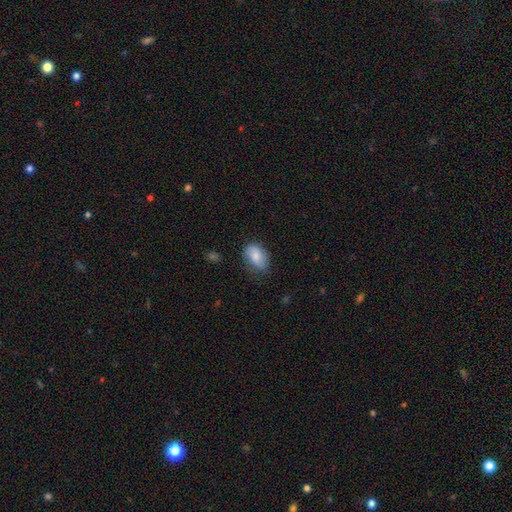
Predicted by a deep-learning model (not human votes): Smooth or featured: smooth — 81% (featured or disk — 12%)
How rounded: in between — 87% (round — 12%)
Merging: none — 69% (minor disturbance — 24%)